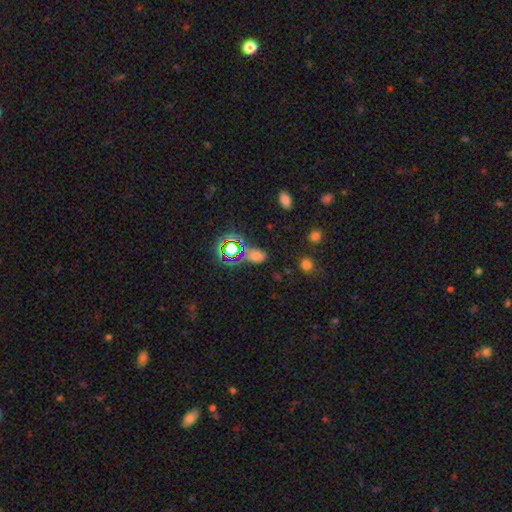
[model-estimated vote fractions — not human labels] Smooth or featured?
  - smooth: 53% *
  - star or artifact: 37%
  - featured or disk: 10%
How rounded?
  - in between: 80% *
  - round: 16%
  - cigar-shaped: 5%
Merging?
  - none: 61% *
  - minor disturbance: 18%
  - merger: 10%
  - major disturbance: 10%